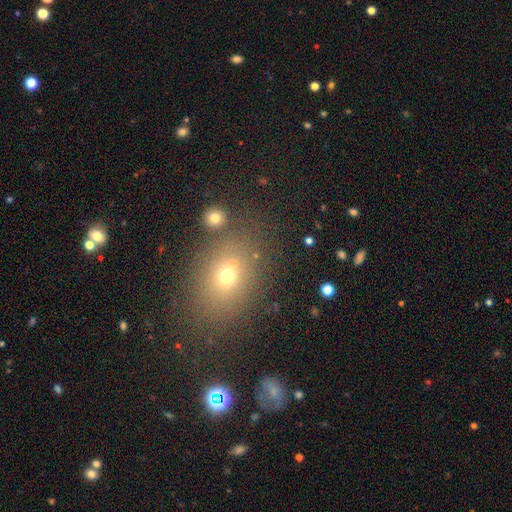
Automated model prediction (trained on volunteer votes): Smooth or featured? smooth (65%)
How rounded? in between (59%)
Merging? none (75%)